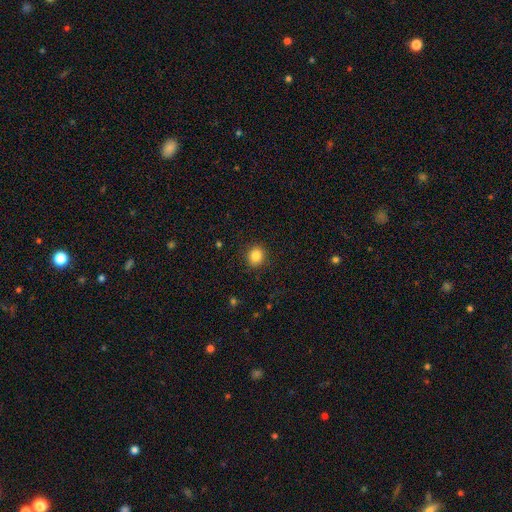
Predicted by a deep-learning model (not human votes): Smooth or featured? smooth (86%)
How rounded? round (77%)
Merging? none (88%)